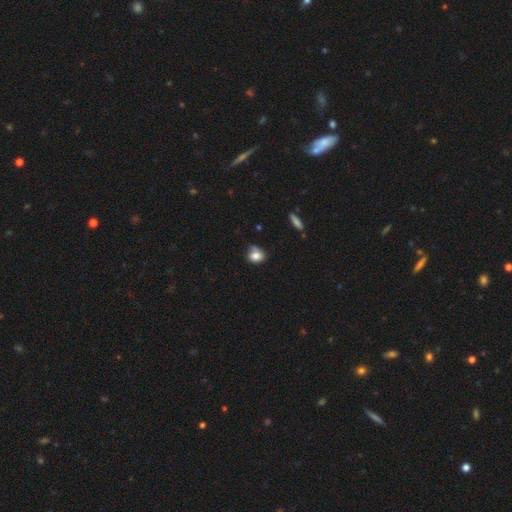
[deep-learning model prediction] Overall: smooth (78%). How rounded: round (57%; in between 42%). Merging: none (48%; minor disturbance 35%).